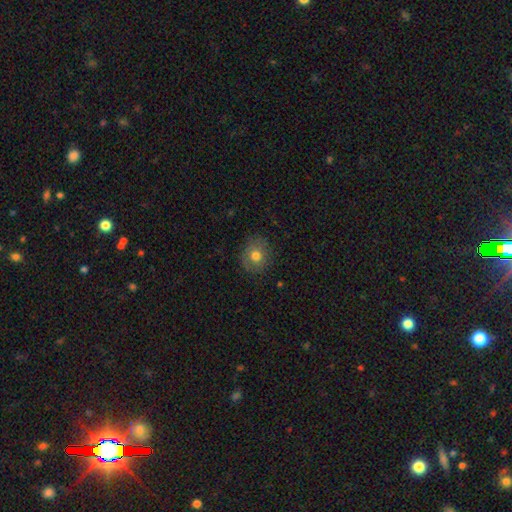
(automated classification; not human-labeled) Smooth or featured: smooth — 72% (featured or disk — 17%)
How rounded: round — 74% (in between — 25%)
Merging: none — 80% (minor disturbance — 15%)